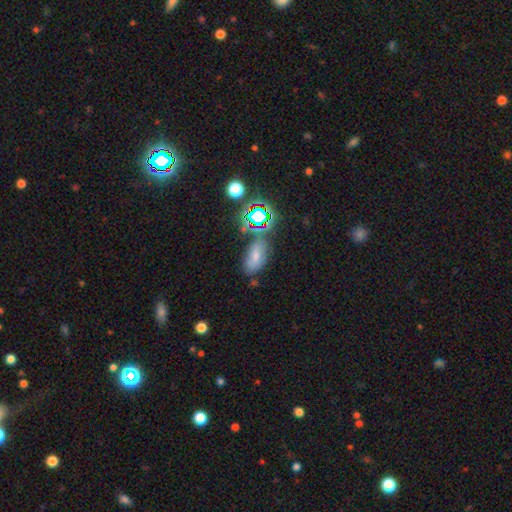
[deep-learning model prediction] This appears to be a smooth galaxy with no disk features (53%) that is in between round and cigar-shaped (86%). Merging: none (62%).